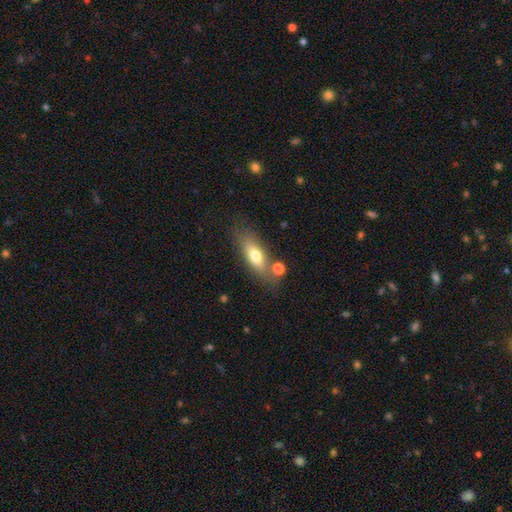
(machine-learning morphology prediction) This appears to be a smooth galaxy with no disk features (68%) that is in between round and cigar-shaped (62%). Merging: none (63%).